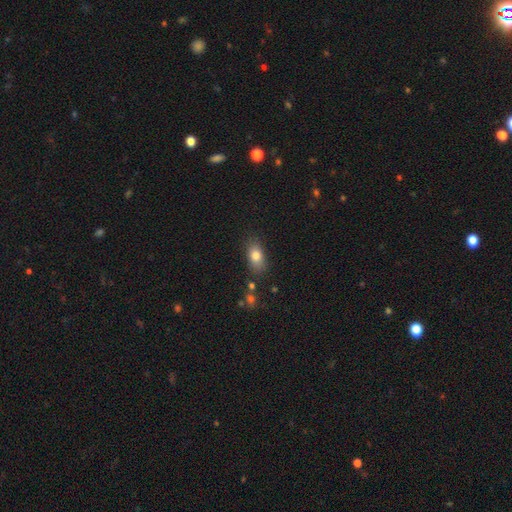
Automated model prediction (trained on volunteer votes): smooth-or-featured: smooth: 80% | featured or disk: 10% | star or artifact: 9%
  how-rounded: in between: 83% | round: 12% | cigar-shaped: 5%
  merging: none: 78% | minor disturbance: 15% | major disturbance: 4% | merger: 4%